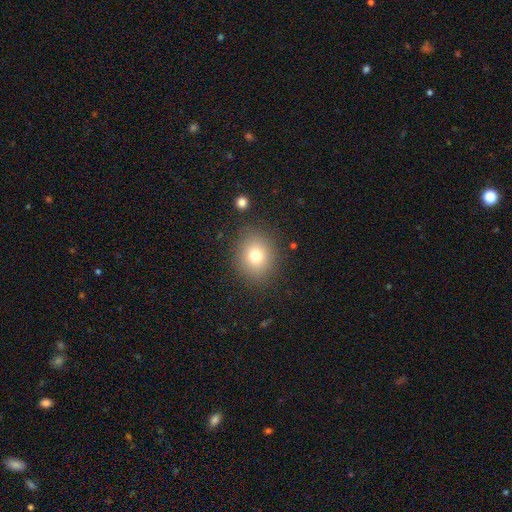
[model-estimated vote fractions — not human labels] This is likely a smooth galaxy (75%). How rounded: likely round (74%). Merging: clearly none (85%).